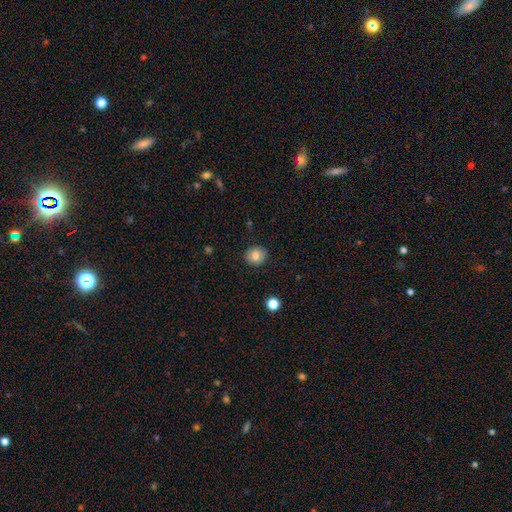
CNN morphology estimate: Smooth or featured? Predicted: smooth (p=0.80). How rounded? Predicted: round (p=0.85). Merging? Predicted: none (p=0.87).